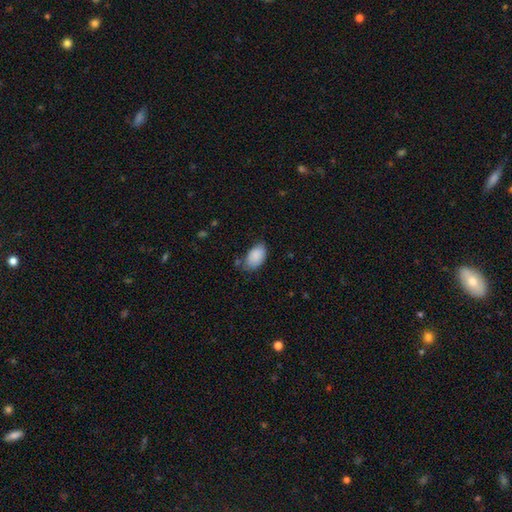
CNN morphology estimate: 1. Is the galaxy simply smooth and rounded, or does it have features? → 88% smooth, 7% star or artifact, 5% featured or disk.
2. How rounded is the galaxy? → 93% in between, 6% round, 1% cigar-shaped.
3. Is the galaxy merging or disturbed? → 61% none, 30% minor disturbance, 6% major disturbance, 4% merger.